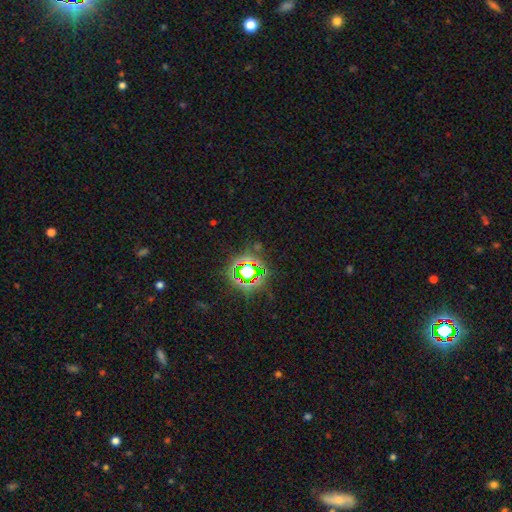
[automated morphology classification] Smooth or featured? Predicted: star or artifact (p=0.81).